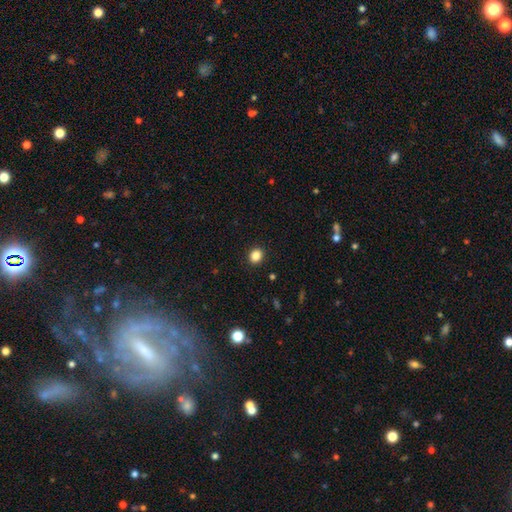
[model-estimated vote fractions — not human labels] A smooth galaxy with no disk features (86%) that is round (73%).

Vote fractions:
- Smooth or featured? smooth: 86% / star or artifact: 11% / featured or disk: 4%
- How rounded? round: 73% / in between: 26% / cigar-shaped: 1%
- Merging? none: 91% / minor disturbance: 6% / major disturbance: 2% / merger: 1%